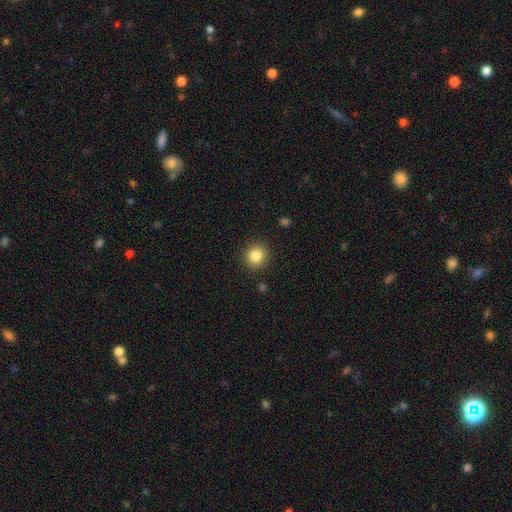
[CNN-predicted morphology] Q: Smooth or featured?
A: smooth (84%); runner-up: star or artifact (10%)
Q: How rounded?
A: round (92%); runner-up: in between (7%)
Q: Merging?
A: none (91%); runner-up: minor disturbance (6%)